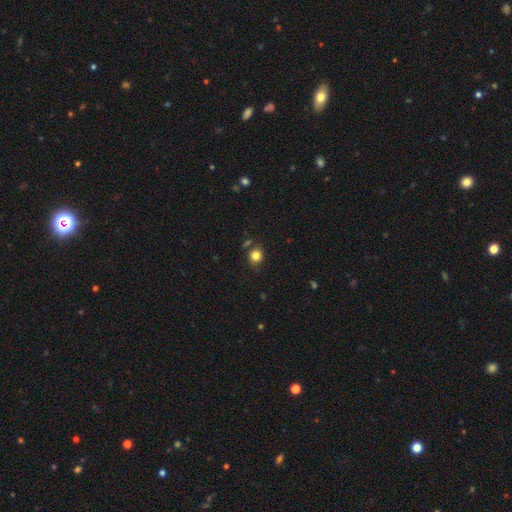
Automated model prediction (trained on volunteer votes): A smooth galaxy with no disk features (82%) that is round (81%). Merging: none (78%).